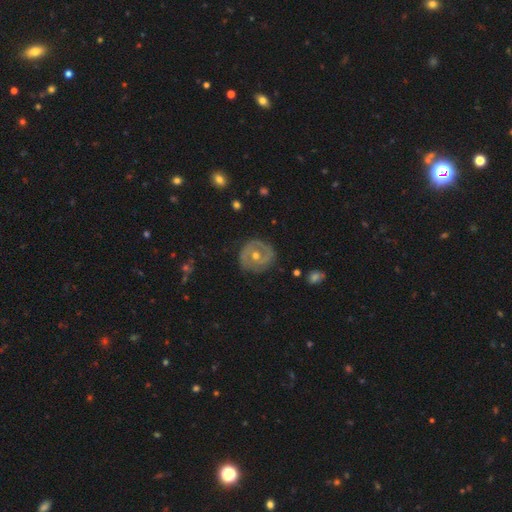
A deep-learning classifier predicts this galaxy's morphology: Overall: featured or disk (72%). Edge-on disk: no (96%). Bar: no (61%; weak 28%). Spiral arms: yes (62%; no 38%). Bulge size: moderate (65%; small 31%). Merging: none (83%).